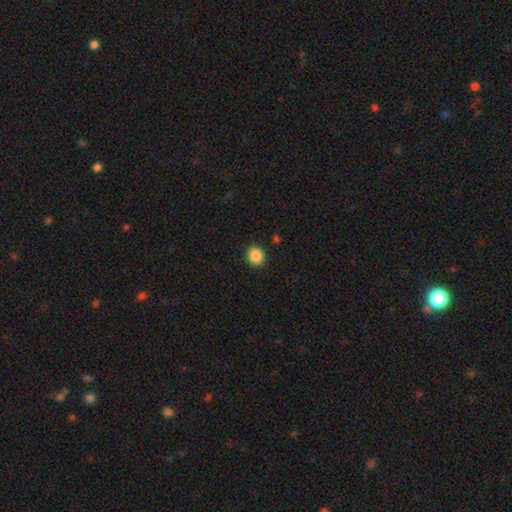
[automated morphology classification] This is clearly a smooth galaxy (88%). How rounded: likely round (75%). Merging: clearly none (91%).